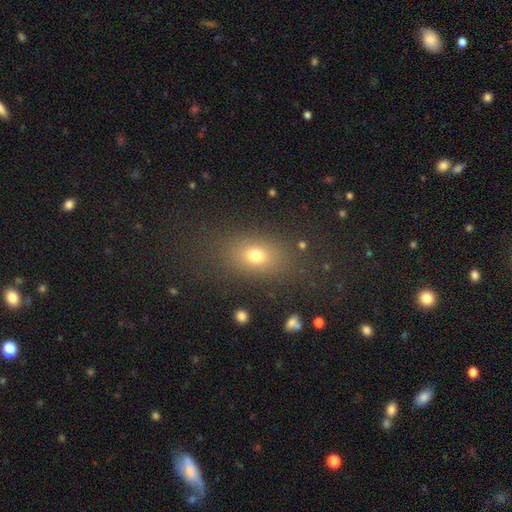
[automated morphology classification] The model was most divided on "how rounded": in between: 71%, round: 26%, cigar-shaped: 3%. More confident: merging — none (79%); smooth or featured — smooth (73%).